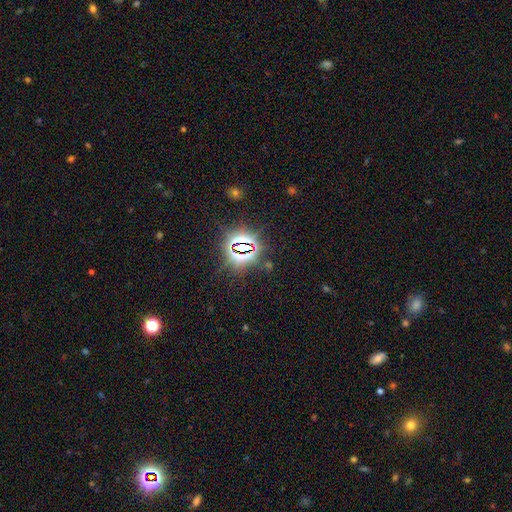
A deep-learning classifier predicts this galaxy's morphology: This appears to be a star or artifact, not a galaxy (81%).